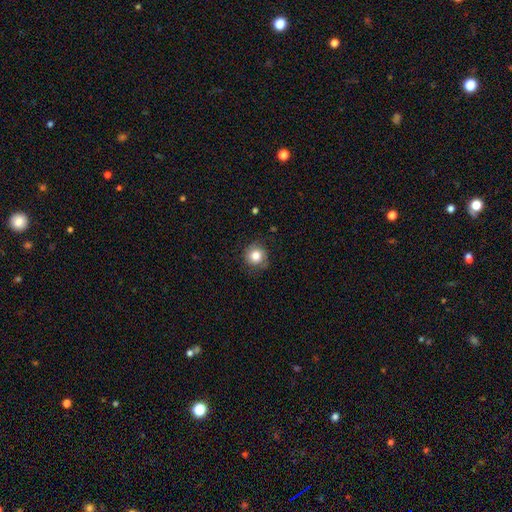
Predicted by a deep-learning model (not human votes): Smooth or featured? Predicted: smooth (p=0.81). How rounded? Predicted: round (p=0.91). Merging? Predicted: none (p=0.78).